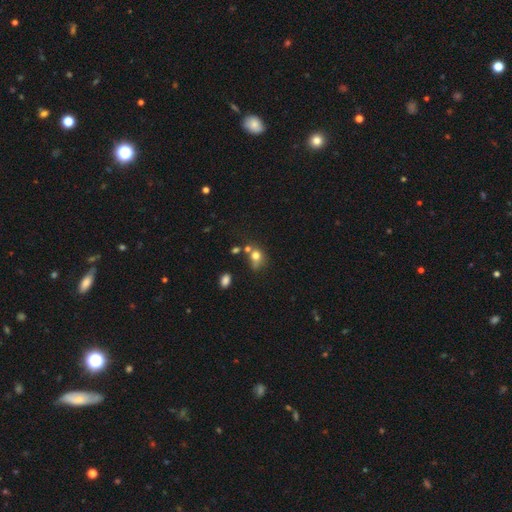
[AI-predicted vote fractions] smooth_or_featured: smooth (p=0.74) [alt: star or artifact p=0.13]
how_rounded: round (p=0.55) [alt: in between p=0.44]
merging: none (p=0.43) [alt: merger p=0.27]